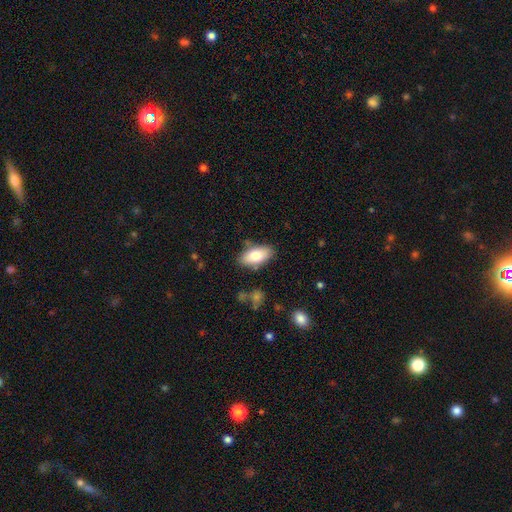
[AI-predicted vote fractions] This appears to be a smooth galaxy with no disk features (77%) that is in between round and cigar-shaped (91%). Merging: none (80%).